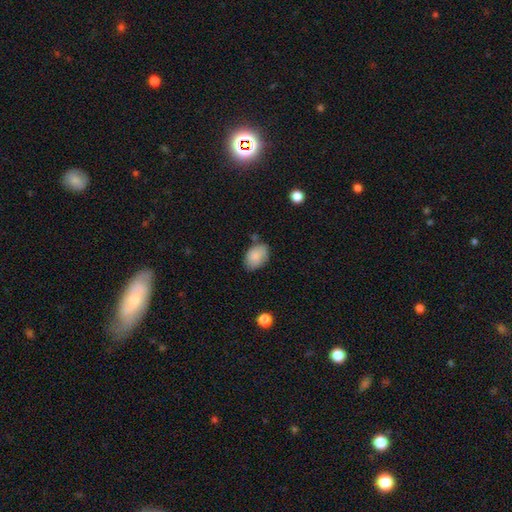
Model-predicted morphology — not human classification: smooth_or_featured: smooth (p=0.82) [alt: featured or disk p=0.11]
how_rounded: in between (p=0.87) [alt: round p=0.12]
merging: none (p=0.67) [alt: minor disturbance p=0.24]